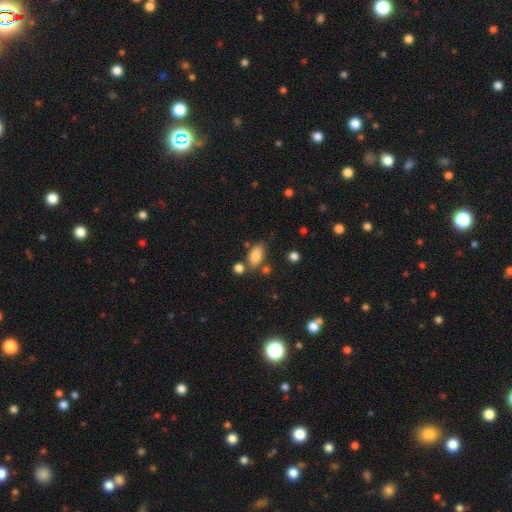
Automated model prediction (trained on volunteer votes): The model was most divided on "merging": none: 69%, minor disturbance: 15%, merger: 11%, major disturbance: 5%. More confident: how rounded — in between (90%); smooth or featured — smooth (83%).